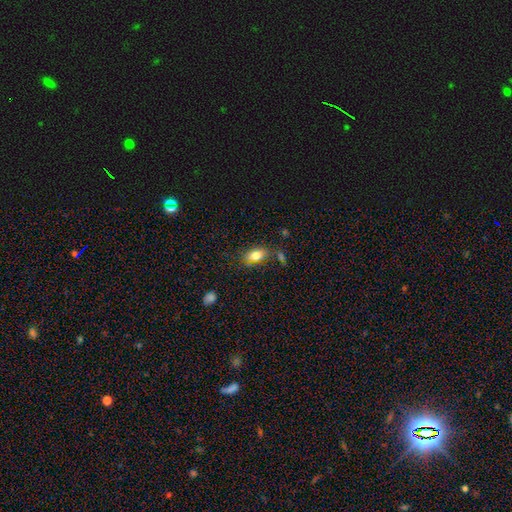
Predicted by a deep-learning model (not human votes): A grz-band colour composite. It shows a smooth galaxy with no disk features (79%) that is in between round and cigar-shaped (86%). Merging: none (72%).